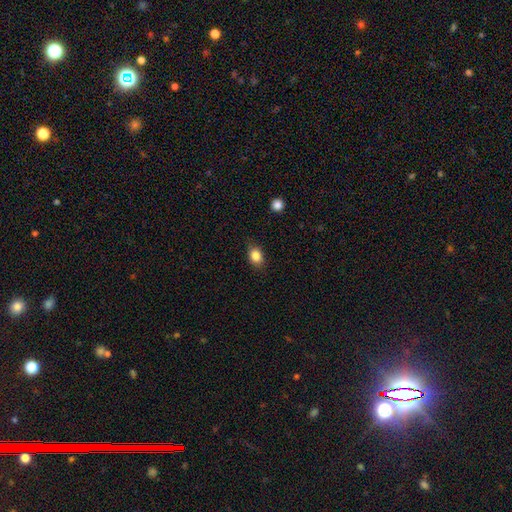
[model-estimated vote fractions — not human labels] smooth-or-featured: smooth: 84% | star or artifact: 10% | featured or disk: 6%
  how-rounded: in between: 57% | round: 42% | cigar-shaped: 1%
  merging: none: 81% | minor disturbance: 15% | major disturbance: 3% | merger: 1%